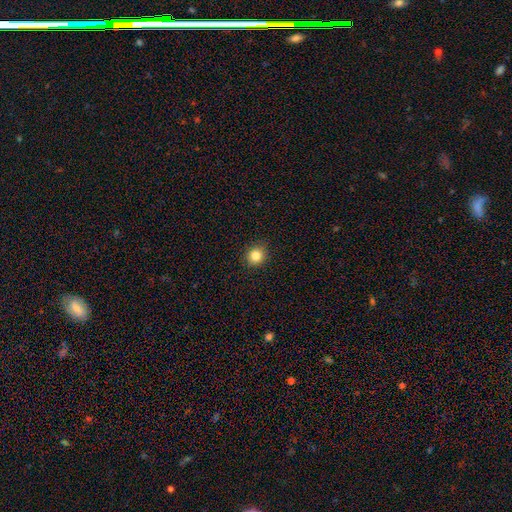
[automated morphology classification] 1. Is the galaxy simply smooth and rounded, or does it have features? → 84% smooth, 11% star or artifact, 5% featured or disk.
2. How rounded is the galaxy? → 85% round, 14% in between, 1% cigar-shaped.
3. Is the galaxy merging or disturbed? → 90% none, 7% minor disturbance, 2% major disturbance, 1% merger.